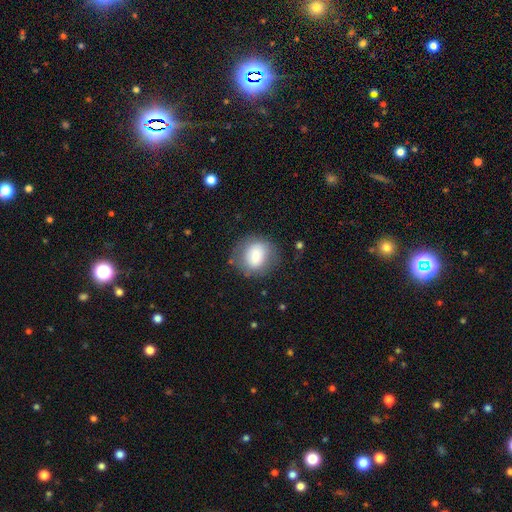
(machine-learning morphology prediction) smooth_or_featured: smooth (p=0.76) [alt: featured or disk p=0.16]
how_rounded: round (p=0.73) [alt: in between p=0.25]
merging: none (p=0.72) [alt: minor disturbance p=0.18]